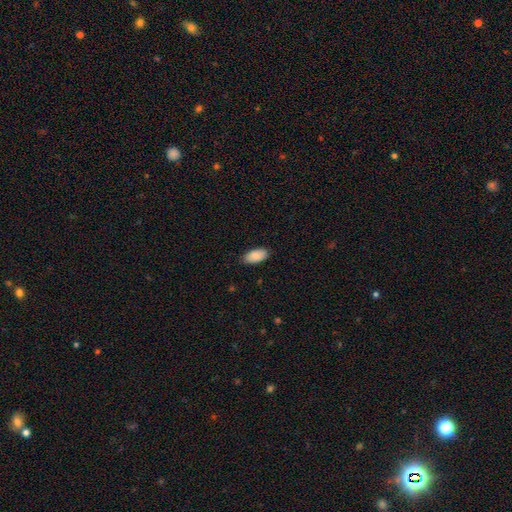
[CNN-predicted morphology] Overall: smooth (89%). How rounded: in between (94%). Merging: none (85%).